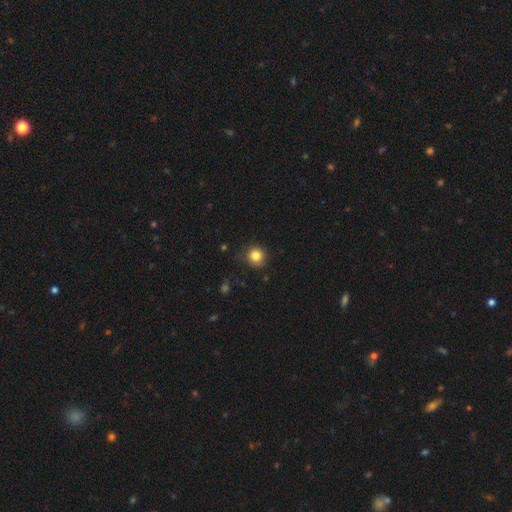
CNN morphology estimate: smooth-or-featured: smooth: 84% | star or artifact: 11% | featured or disk: 5%
  how-rounded: round: 91% | in between: 8% | cigar-shaped: 1%
  merging: none: 79% | minor disturbance: 15% | major disturbance: 4% | merger: 1%